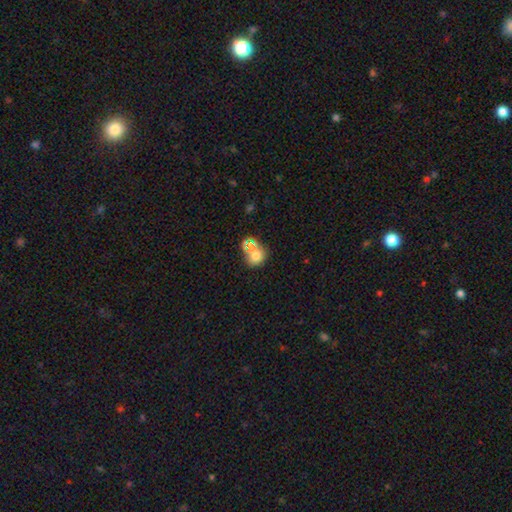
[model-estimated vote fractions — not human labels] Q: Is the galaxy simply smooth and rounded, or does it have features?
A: smooth — 68%.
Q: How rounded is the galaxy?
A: round — 64%.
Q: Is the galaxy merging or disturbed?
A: none — 52%.